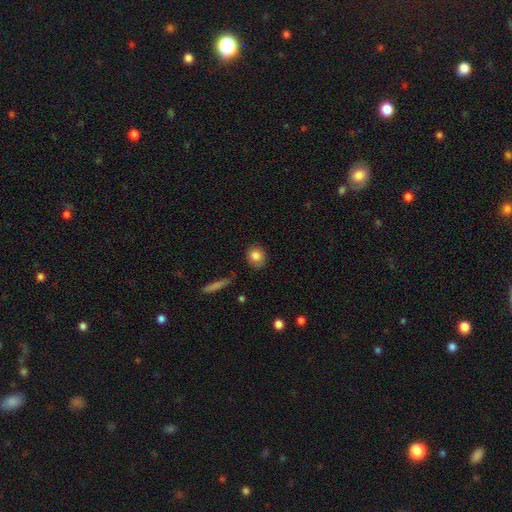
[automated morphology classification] This is clearly a smooth galaxy (83%). How rounded: likely round (77%). Merging: clearly none (84%).